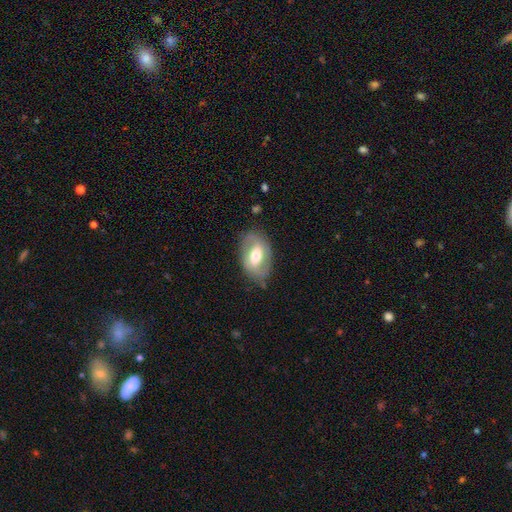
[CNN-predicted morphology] type=featured or disk (56%); edge-on=no (92%); bar=weak (40%); spiral arms=yes (56%); bulge=moderate (69%); merging=none (74%).